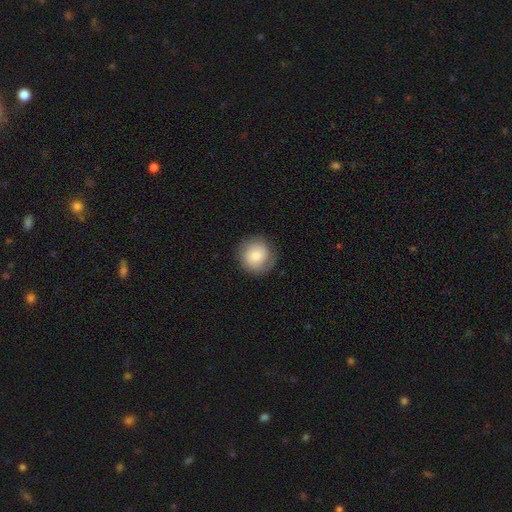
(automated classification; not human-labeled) A smooth galaxy with no disk features (69%) that is round (92%).

Vote fractions:
- Smooth or featured? smooth: 69% / featured or disk: 23% / star or artifact: 8%
- How rounded? round: 92% / in between: 7% / cigar-shaped: 1%
- Merging? none: 82% / minor disturbance: 13% / major disturbance: 4% / merger: 1%